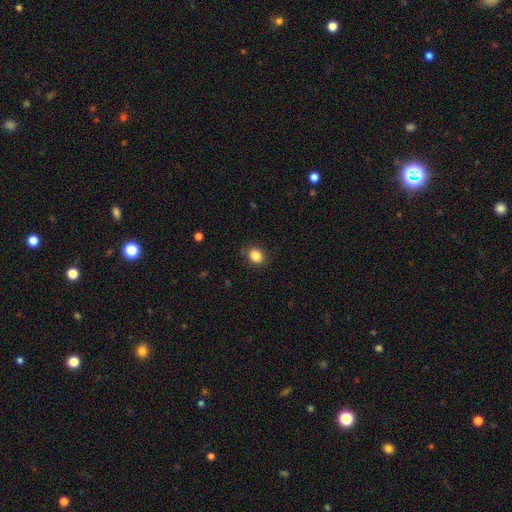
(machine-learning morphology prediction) Smooth or featured?
  - smooth: 86% *
  - star or artifact: 10%
  - featured or disk: 4%
How rounded?
  - round: 60% *
  - in between: 39%
  - cigar-shaped: 1%
Merging?
  - none: 84% *
  - minor disturbance: 12%
  - major disturbance: 3%
  - merger: 1%